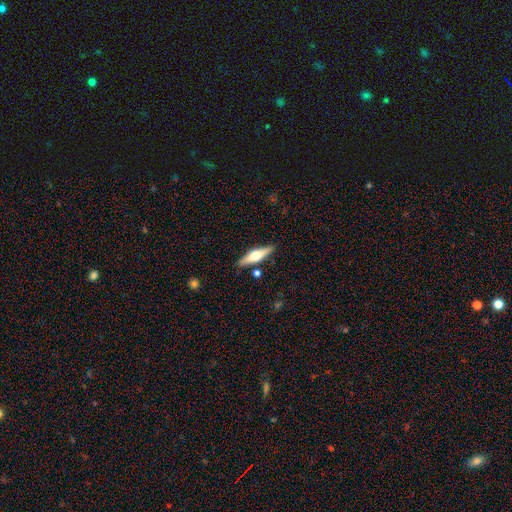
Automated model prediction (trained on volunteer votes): featured or disk 56%, smooth 38%, star or artifact 6%. Down the decision tree: edge-on disk — yes (94%); edge-on bulge — rounded (93%); merging — none (86%).